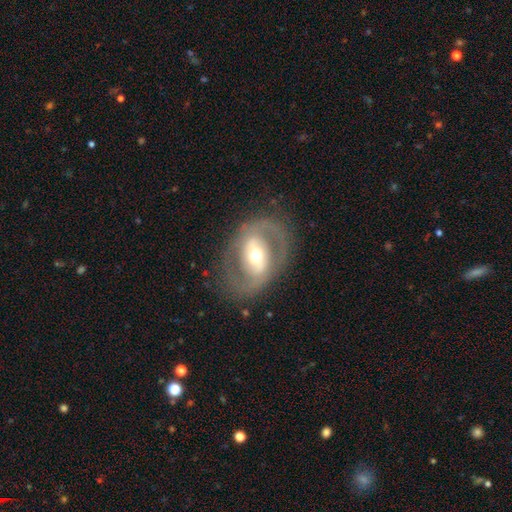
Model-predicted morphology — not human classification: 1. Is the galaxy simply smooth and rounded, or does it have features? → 75% featured or disk, 19% smooth, 6% star or artifact.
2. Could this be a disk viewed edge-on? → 95% no, 5% yes.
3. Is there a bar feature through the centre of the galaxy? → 38% strong, 33% weak, 29% no.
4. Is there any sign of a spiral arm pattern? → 59% yes, 41% no.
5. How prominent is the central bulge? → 64% moderate, 21% small, 12% large, 2% dominant, 1% none.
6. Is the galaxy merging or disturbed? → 77% none, 13% minor disturbance, 10% major disturbance, 1% merger.